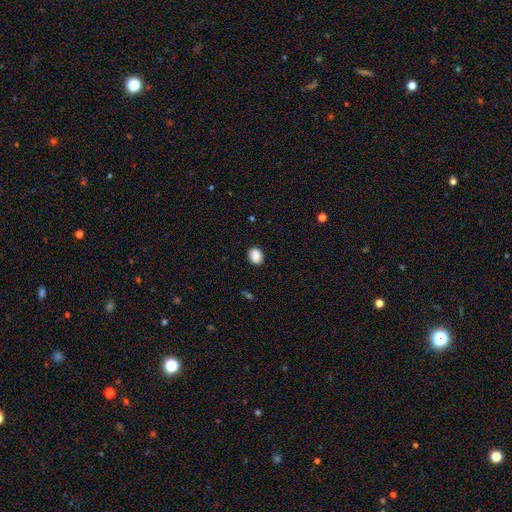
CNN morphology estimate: Q: Smooth or featured?
A: smooth (88%); runner-up: star or artifact (8%)
Q: How rounded?
A: in between (53%); runner-up: round (46%)
Q: Merging?
A: none (88%); runner-up: minor disturbance (8%)